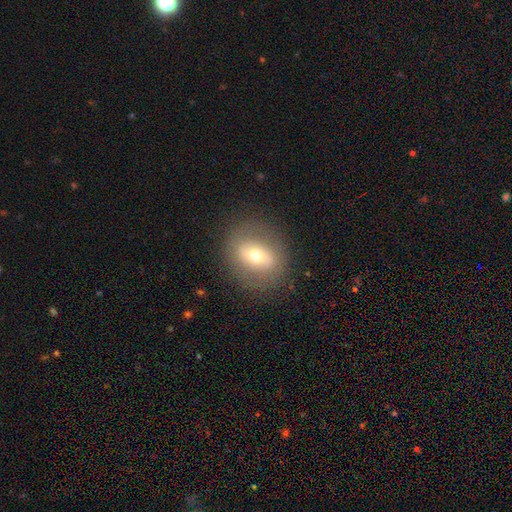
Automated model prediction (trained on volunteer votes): Q: Smooth or featured?
A: smooth (52%); runner-up: featured or disk (39%)
Q: How rounded?
A: round (60%); runner-up: in between (38%)
Q: Merging?
A: none (83%); runner-up: minor disturbance (10%)